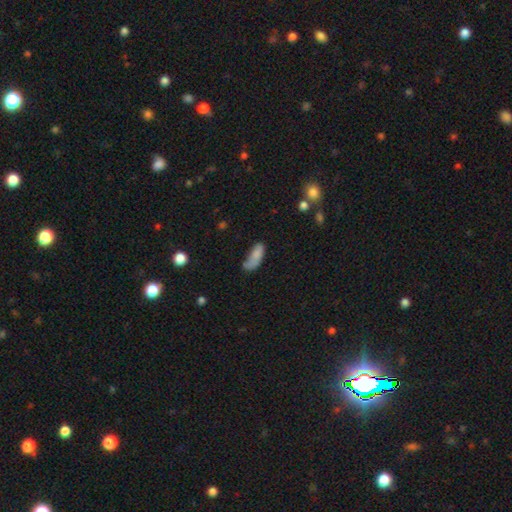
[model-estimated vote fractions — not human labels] Smooth or featured?
  - smooth: 79% *
  - featured or disk: 13%
  - star or artifact: 8%
How rounded?
  - in between: 74% *
  - cigar-shaped: 24%
  - round: 3%
Merging?
  - none: 37% *
  - minor disturbance: 33%
  - major disturbance: 21%
  - merger: 10%